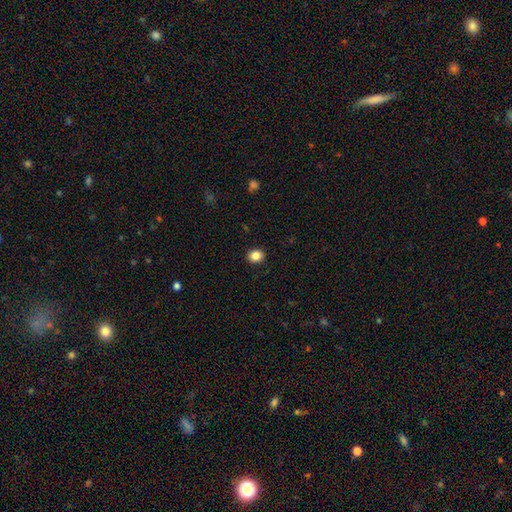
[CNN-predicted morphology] smooth 85%, star or artifact 10%, featured or disk 5%. Down the decision tree: how rounded — round (67%); merging — none (91%).